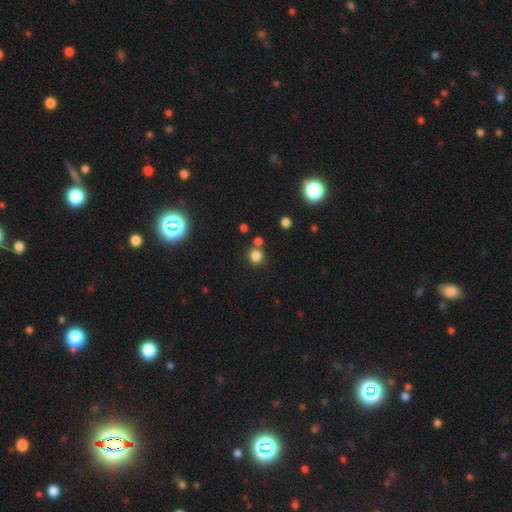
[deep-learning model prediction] Q: Smooth or featured?
A: smooth (80%); runner-up: star or artifact (15%)
Q: How rounded?
A: round (86%); runner-up: in between (13%)
Q: Merging?
A: none (69%); runner-up: merger (19%)